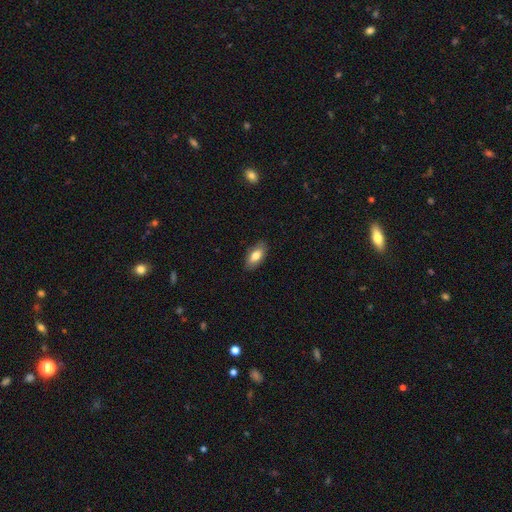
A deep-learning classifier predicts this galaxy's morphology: Smooth or featured? smooth (78%)
How rounded? in between (90%)
Merging? none (86%)